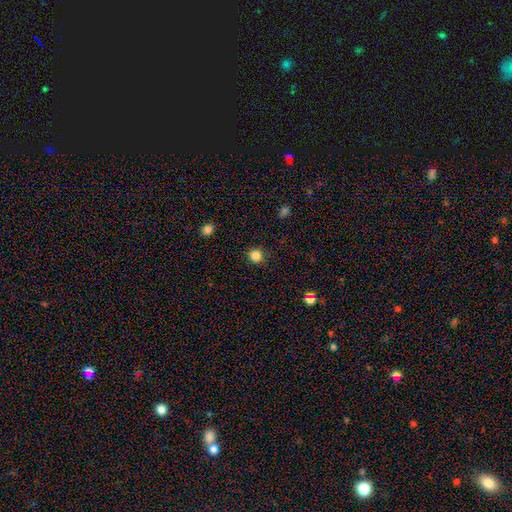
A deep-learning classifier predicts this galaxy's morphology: type=smooth (85%); roundness=round (92%); merging=none (90%).